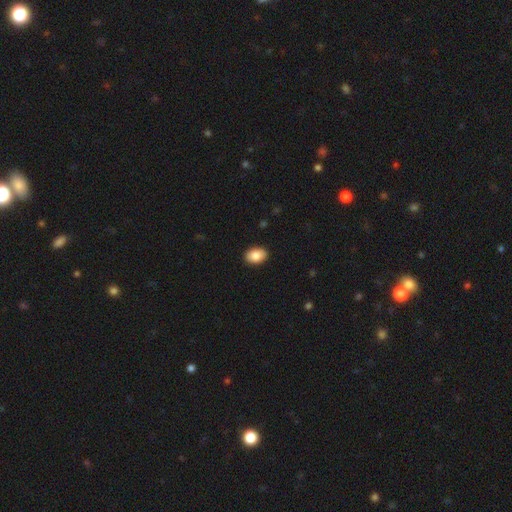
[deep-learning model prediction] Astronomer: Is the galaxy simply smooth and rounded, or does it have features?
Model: smooth — 85%.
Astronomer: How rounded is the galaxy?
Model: in between — 85%.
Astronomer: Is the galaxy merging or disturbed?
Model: none — 91%.